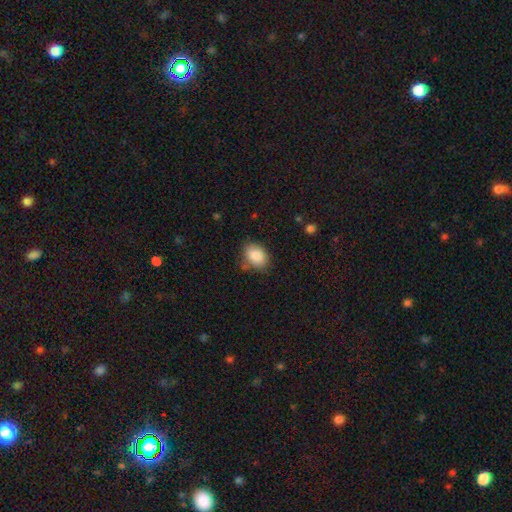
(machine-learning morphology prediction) The model was most divided on "merging": none: 76%, minor disturbance: 17%, major disturbance: 4%, merger: 3%. More confident: smooth or featured — smooth (87%); how rounded — in between (79%).